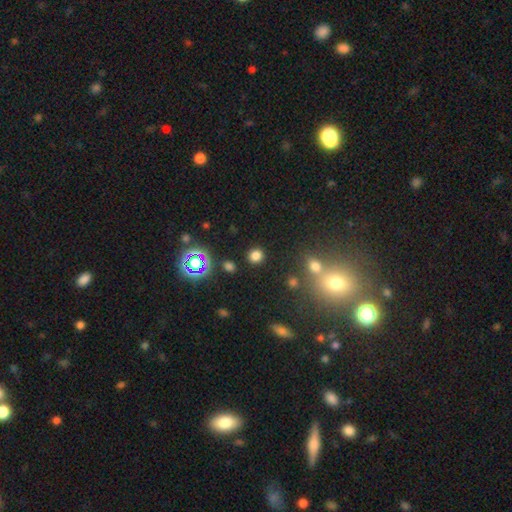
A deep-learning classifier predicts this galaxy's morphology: A smooth galaxy with no disk features (77%) that is round (84%).

Vote fractions:
- Smooth or featured? smooth: 77% / star or artifact: 18% / featured or disk: 5%
- How rounded? round: 84% / in between: 15% / cigar-shaped: 1%
- Merging? none: 87% / minor disturbance: 7% / merger: 3% / major disturbance: 3%